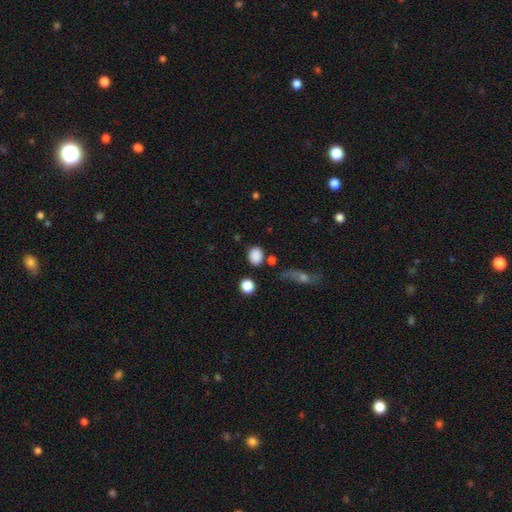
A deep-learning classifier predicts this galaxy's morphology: Smooth or featured?
  - smooth: 86% *
  - star or artifact: 9%
  - featured or disk: 5%
How rounded?
  - round: 53% *
  - in between: 45%
  - cigar-shaped: 2%
Merging?
  - none: 75% *
  - minor disturbance: 12%
  - merger: 8%
  - major disturbance: 5%